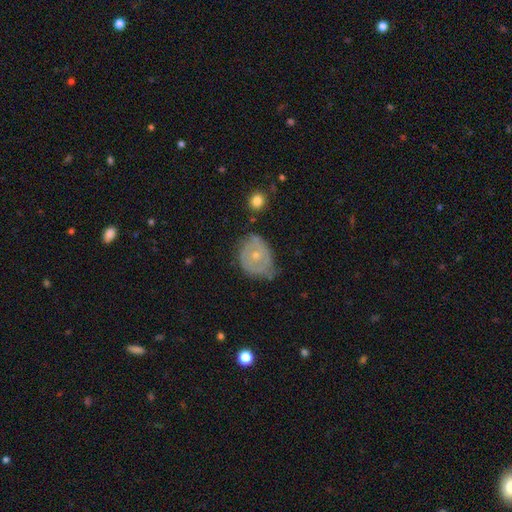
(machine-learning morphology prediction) Smooth or featured? featured or disk (65%)
Edge-on disk? no (97%)
Bar? no (83%)
Spiral arms? yes (68%)
Bulge size? small (61%)
Merging? none (49%)